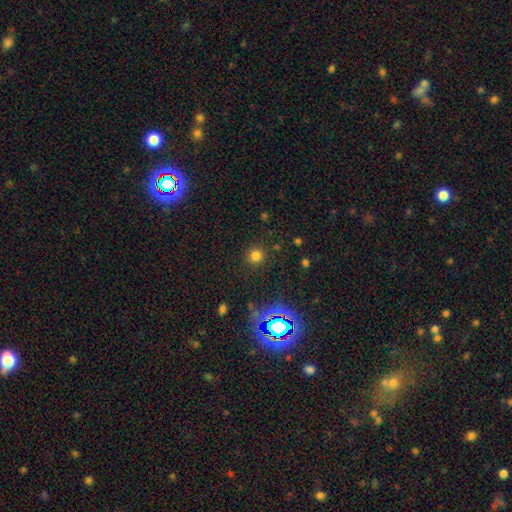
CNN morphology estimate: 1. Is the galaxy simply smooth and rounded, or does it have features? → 75% smooth, 20% star or artifact, 5% featured or disk.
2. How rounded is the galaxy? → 93% round, 6% in between, 1% cigar-shaped.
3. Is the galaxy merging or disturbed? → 88% none, 7% minor disturbance, 3% major disturbance, 2% merger.